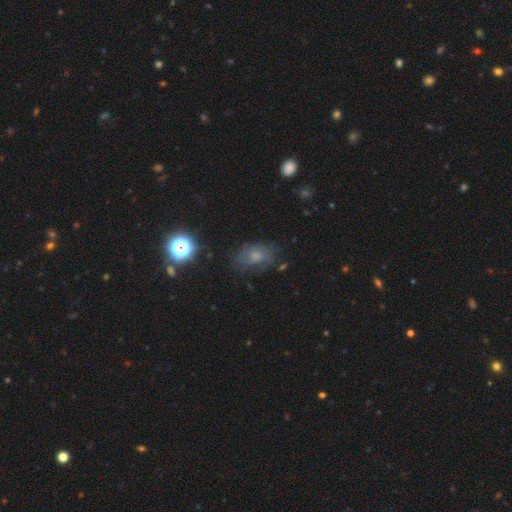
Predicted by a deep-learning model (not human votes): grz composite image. It shows a smooth galaxy with no disk features (52%) that is in between round and cigar-shaped (78%). Merging: none (62%).